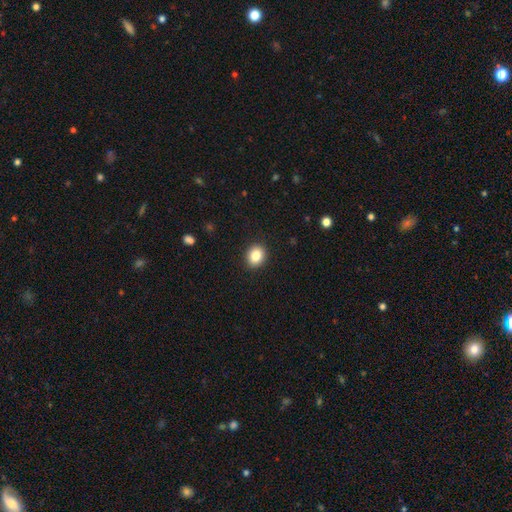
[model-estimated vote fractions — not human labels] This is clearly a smooth galaxy (86%). How rounded: likely round (61%). Merging: clearly none (91%).